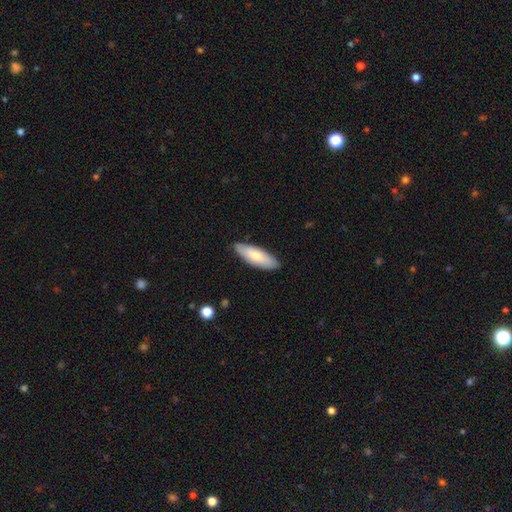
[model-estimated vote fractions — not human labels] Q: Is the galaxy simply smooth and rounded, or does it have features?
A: smooth — 72%.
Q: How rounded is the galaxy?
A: in between — 63%.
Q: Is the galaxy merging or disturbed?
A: none — 86%.